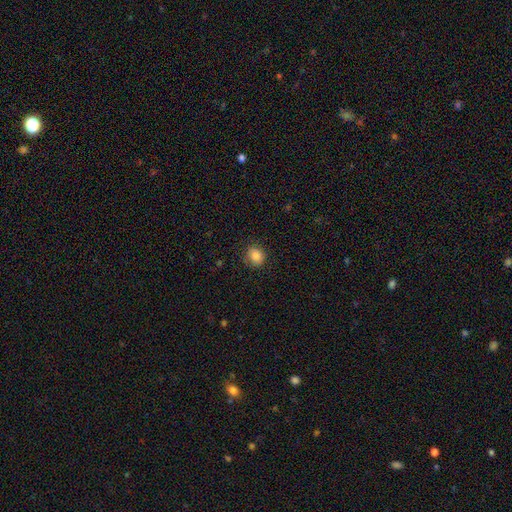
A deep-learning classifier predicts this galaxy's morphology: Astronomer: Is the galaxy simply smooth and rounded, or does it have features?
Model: smooth — 85%.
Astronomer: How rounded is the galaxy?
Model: round — 72%.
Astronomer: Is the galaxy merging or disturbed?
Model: none — 86%.